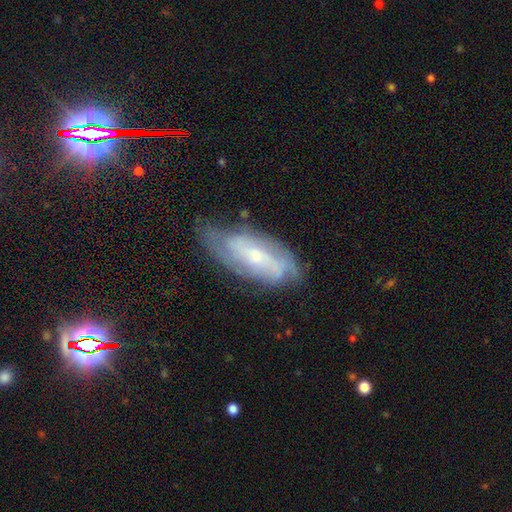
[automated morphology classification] smooth-or-featured: featured or disk: 74% | smooth: 20% | star or artifact: 7%
  disk-edge-on: no: 89% | yes: 11%
    bar: no: 54% | weak: 35% | strong: 11%
    has-spiral-arms: yes: 88% | no: 12%
      spiral-winding: tight: 52% | medium: 36% | loose: 13%
      spiral-arm-count: can't tell: 43% | 2: 32% | 3: 12% | 4: 5% | 1: 4% | more than 4: 3%
    bulge-size: small: 60% | moderate: 33% | none: 3% | large: 2% | dominant: 1%
  merging: none: 65% | minor disturbance: 25% | major disturbance: 9% | merger: 2%